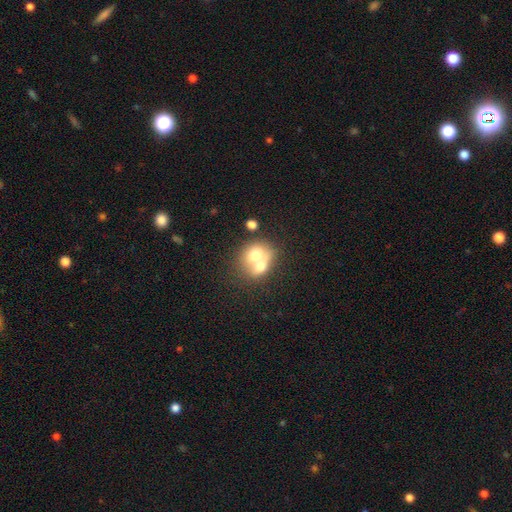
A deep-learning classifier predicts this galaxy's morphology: Smooth or featured? Predicted: smooth (p=0.65). How rounded? Predicted: round (p=0.56). Merging? Predicted: merger (p=0.68).